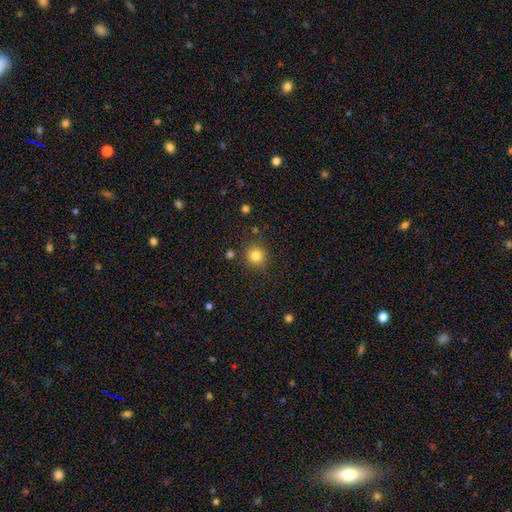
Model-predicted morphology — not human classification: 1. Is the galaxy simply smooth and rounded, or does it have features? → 82% smooth, 12% star or artifact, 6% featured or disk.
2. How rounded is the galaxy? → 90% round, 9% in between, 1% cigar-shaped.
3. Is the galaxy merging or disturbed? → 85% none, 9% minor disturbance, 3% merger, 3% major disturbance.